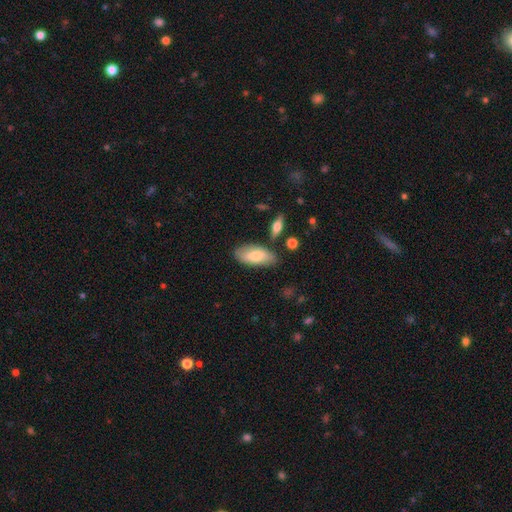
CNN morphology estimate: Smooth or featured? Predicted: smooth (p=0.74). How rounded? Predicted: in between (p=0.89). Merging? Predicted: none (p=0.72).